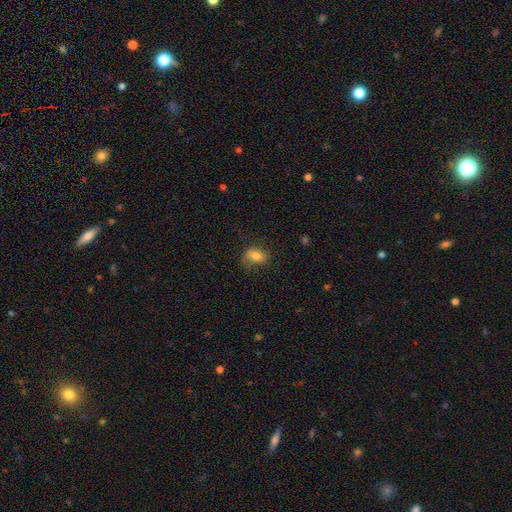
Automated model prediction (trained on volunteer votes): This is likely a smooth galaxy (72%). How rounded: likely in between (73%). Merging: likely none (70%).